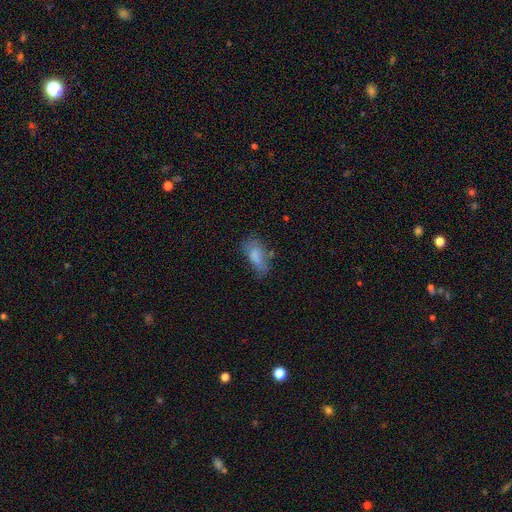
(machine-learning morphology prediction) Smooth or featured: smooth — 72% (featured or disk — 18%)
How rounded: in between — 86% (cigar-shaped — 10%)
Merging: none — 42% (minor disturbance — 31%)